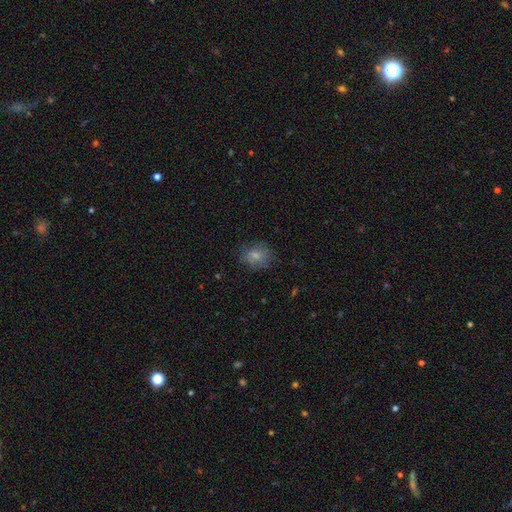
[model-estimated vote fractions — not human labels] This is likely a smooth galaxy (77%). How rounded: likely round (64%). Merging: likely none (73%).